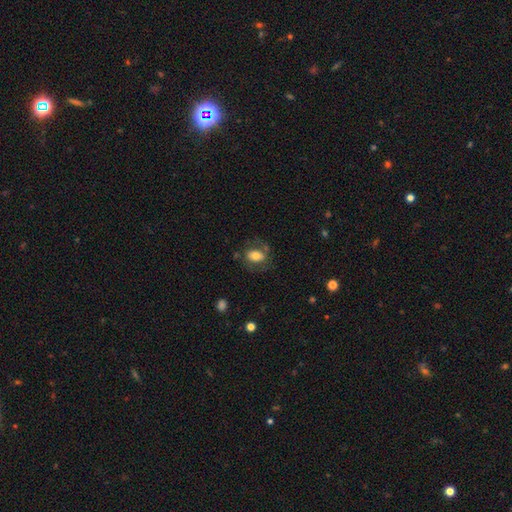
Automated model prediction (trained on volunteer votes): smooth 65%, featured or disk 27%, star or artifact 8%. Down the decision tree: how rounded — in between (77%); merging — none (62%).